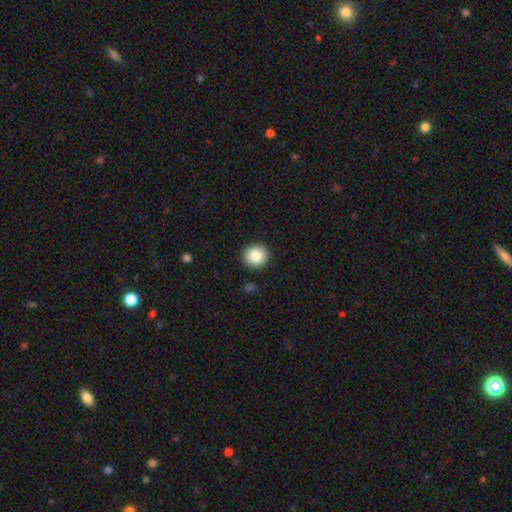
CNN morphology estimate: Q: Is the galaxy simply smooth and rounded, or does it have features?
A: smooth — 86%.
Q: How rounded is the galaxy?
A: round — 86%.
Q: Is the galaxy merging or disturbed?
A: none — 91%.